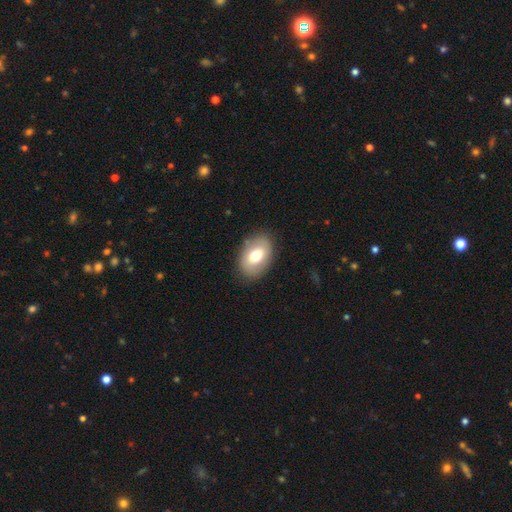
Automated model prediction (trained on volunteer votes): smooth_or_featured: smooth (p=0.67) [alt: featured or disk p=0.27]
how_rounded: in between (p=0.85) [alt: round p=0.14]
merging: none (p=0.84) [alt: minor disturbance p=0.12]